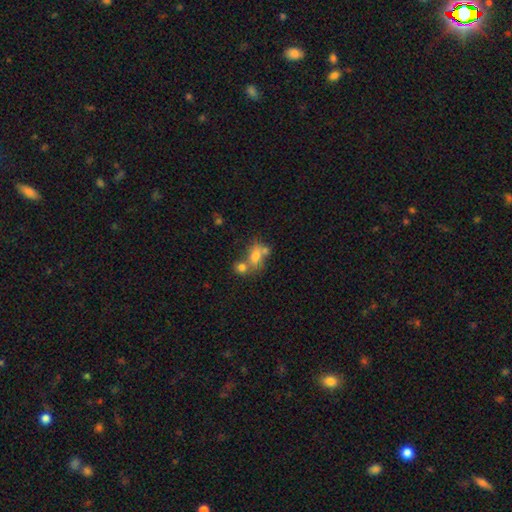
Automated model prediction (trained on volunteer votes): smooth 64%, featured or disk 22%, star or artifact 14%. Down the decision tree: how rounded — in between (63%); merging — merger (48%).